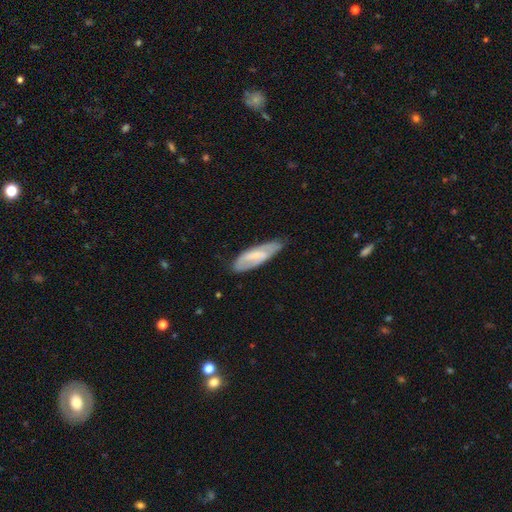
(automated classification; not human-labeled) Morphology: type=smooth (49%); merging=none (59%).